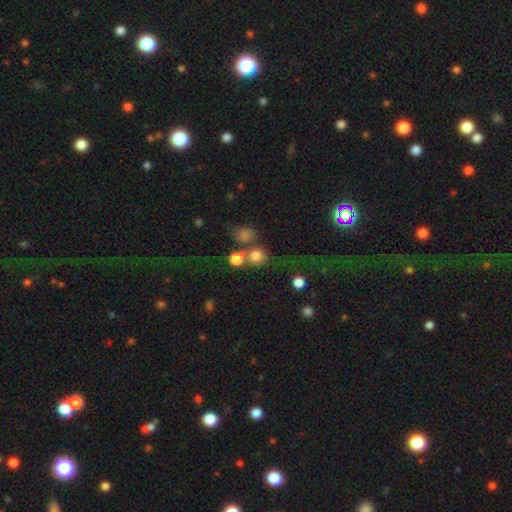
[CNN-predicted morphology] smooth-or-featured: smooth: 77% | star or artifact: 15% | featured or disk: 8%
  how-rounded: round: 85% | in between: 13% | cigar-shaped: 1%
  merging: none: 59% | merger: 26% | minor disturbance: 10% | major disturbance: 5%